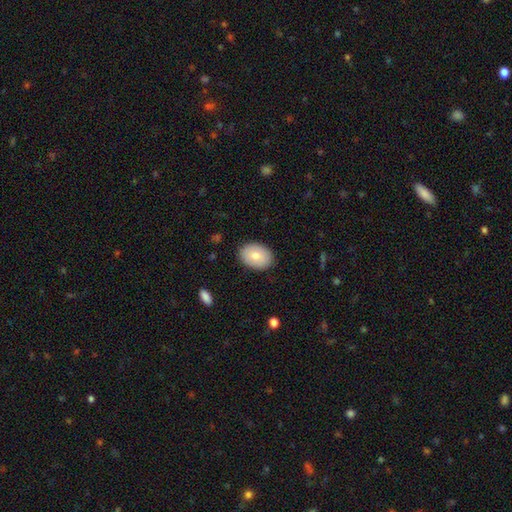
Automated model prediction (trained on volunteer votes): Smooth or featured: smooth — 81% (featured or disk — 13%)
How rounded: in between — 80% (round — 19%)
Merging: none — 88% (minor disturbance — 9%)